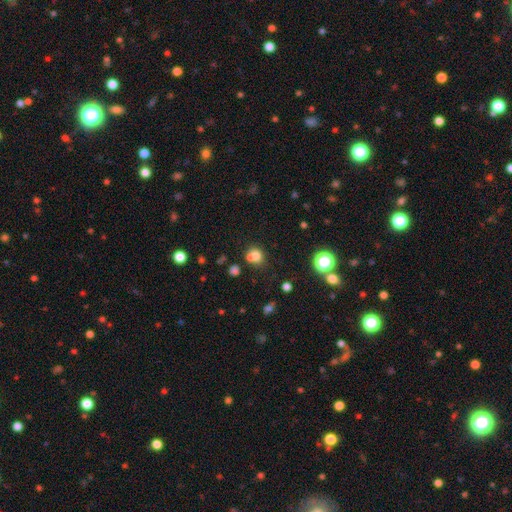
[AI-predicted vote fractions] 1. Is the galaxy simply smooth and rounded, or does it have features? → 71% smooth, 17% star or artifact, 12% featured or disk.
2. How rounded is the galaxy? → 73% round, 26% in between, 1% cigar-shaped.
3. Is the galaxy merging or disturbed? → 44% merger, 42% none, 10% minor disturbance, 4% major disturbance.